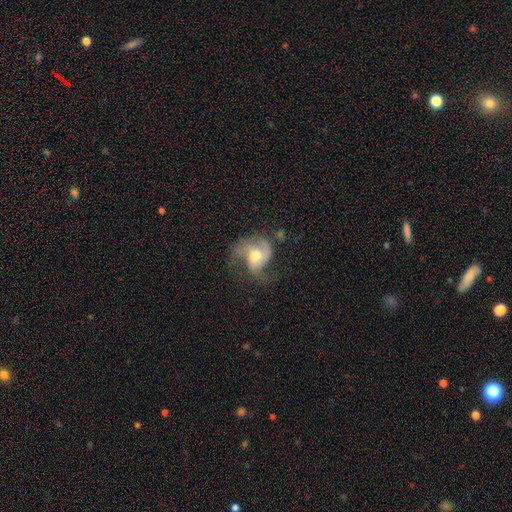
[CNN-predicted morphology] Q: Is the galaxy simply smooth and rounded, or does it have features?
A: featured or disk — 74%.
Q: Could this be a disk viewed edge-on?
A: no — 97%.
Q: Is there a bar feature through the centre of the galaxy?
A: no — 66%.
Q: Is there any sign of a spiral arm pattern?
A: yes — 90%.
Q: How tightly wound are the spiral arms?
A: medium — 46%.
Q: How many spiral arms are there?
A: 2 — 39%.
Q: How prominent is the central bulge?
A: moderate — 68%.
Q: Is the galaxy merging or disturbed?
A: none — 41%.